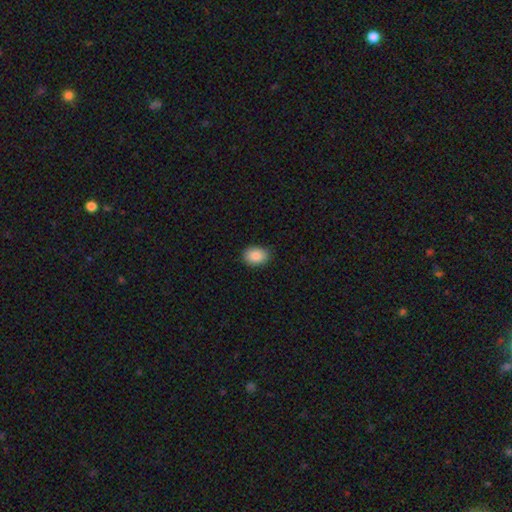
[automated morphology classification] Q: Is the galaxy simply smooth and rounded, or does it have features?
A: smooth — 88%.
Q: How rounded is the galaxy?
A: in between — 74%.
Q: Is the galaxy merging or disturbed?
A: none — 86%.